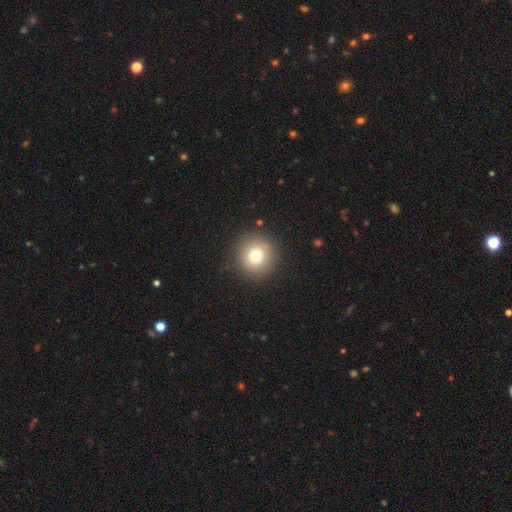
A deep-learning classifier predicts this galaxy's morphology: smooth_or_featured: smooth (p=0.75) [alt: star or artifact p=0.13]
how_rounded: round (p=0.94) [alt: in between p=0.05]
merging: none (p=0.89) [alt: minor disturbance p=0.07]